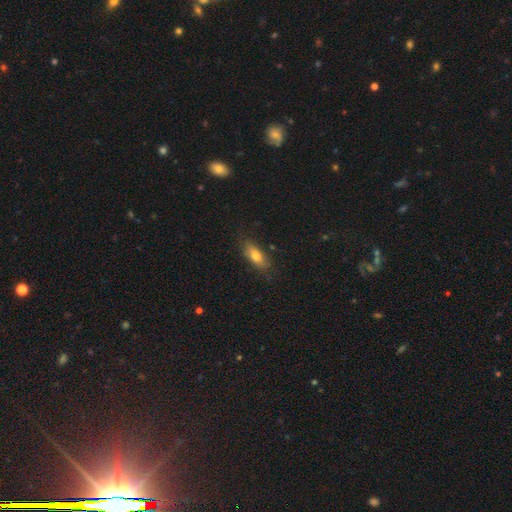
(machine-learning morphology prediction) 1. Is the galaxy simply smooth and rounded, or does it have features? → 76% smooth, 16% featured or disk, 8% star or artifact.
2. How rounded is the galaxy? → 78% in between, 18% cigar-shaped, 4% round.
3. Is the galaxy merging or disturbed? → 79% none, 16% minor disturbance, 4% major disturbance, 2% merger.